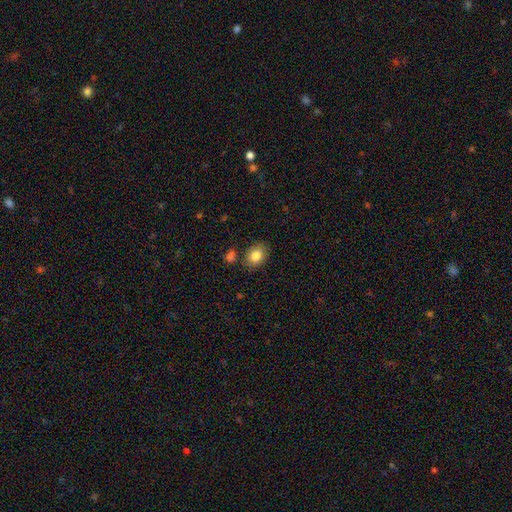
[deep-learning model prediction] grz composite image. It shows a smooth galaxy with no disk features (84%) that is in between round and cigar-shaped (57%). Merging: none (79%).